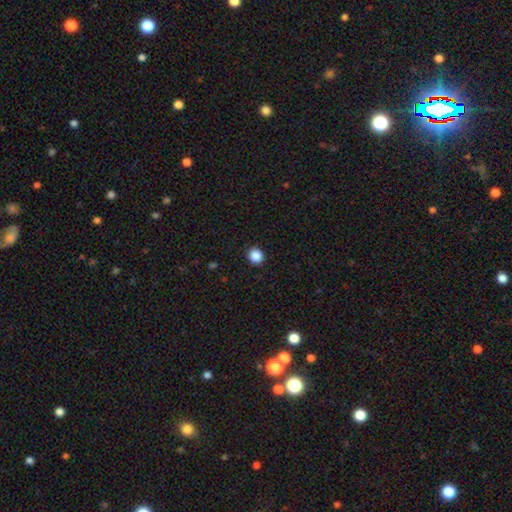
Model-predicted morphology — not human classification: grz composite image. It shows a smooth galaxy with no disk features (87%) that is round (88%). Merging: none (92%).